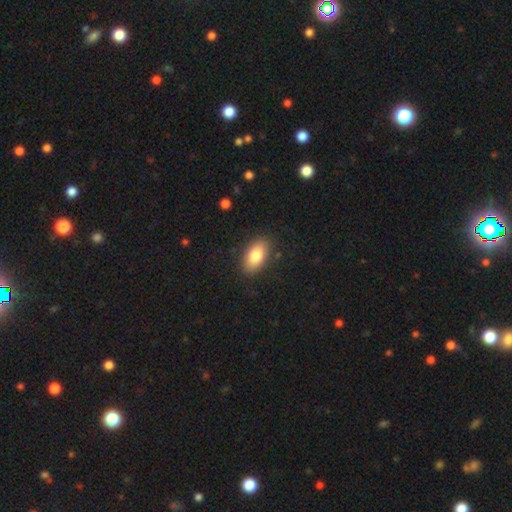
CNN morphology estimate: This is clearly a smooth galaxy (80%). How rounded: clearly in between (91%). Merging: clearly none (86%).